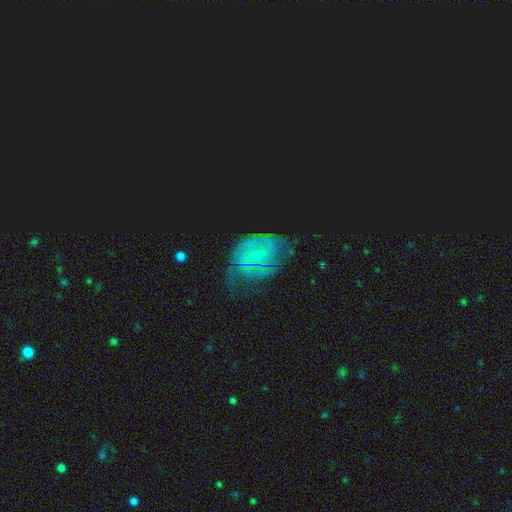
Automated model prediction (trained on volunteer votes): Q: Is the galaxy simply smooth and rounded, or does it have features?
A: featured or disk — 65%.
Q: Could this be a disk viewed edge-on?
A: no — 96%.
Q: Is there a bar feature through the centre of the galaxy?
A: no — 53%.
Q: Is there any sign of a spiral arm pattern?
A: yes — 77%.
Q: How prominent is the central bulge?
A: small — 71%.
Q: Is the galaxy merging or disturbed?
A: none — 50%.